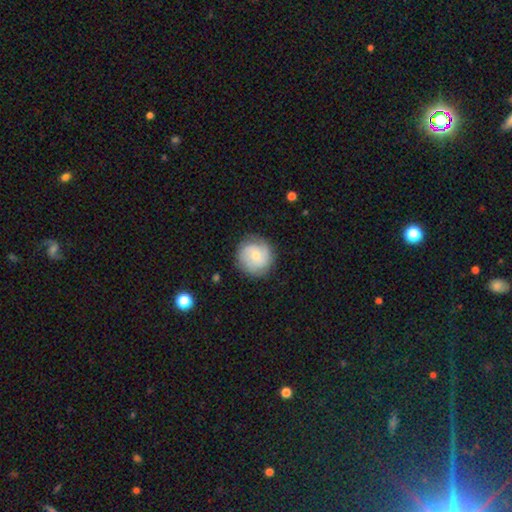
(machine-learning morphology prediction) This appears to be a smooth galaxy with no disk features (50%). Merging: none (83%).